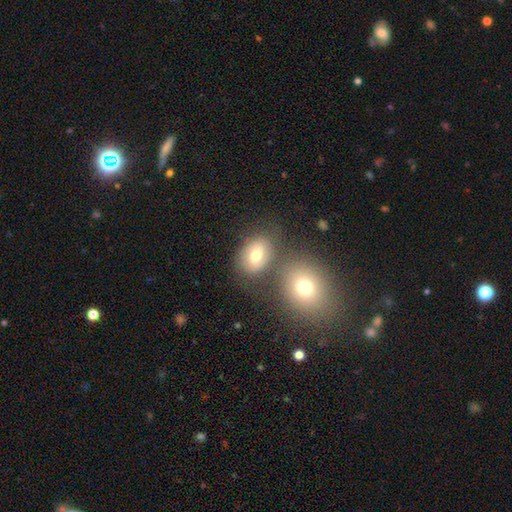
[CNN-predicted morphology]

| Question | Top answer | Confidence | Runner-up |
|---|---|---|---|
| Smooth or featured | smooth | 70% | featured or disk (19%) |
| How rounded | in between | 69% | round (29%) |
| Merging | none | 63% | merger (19%) |